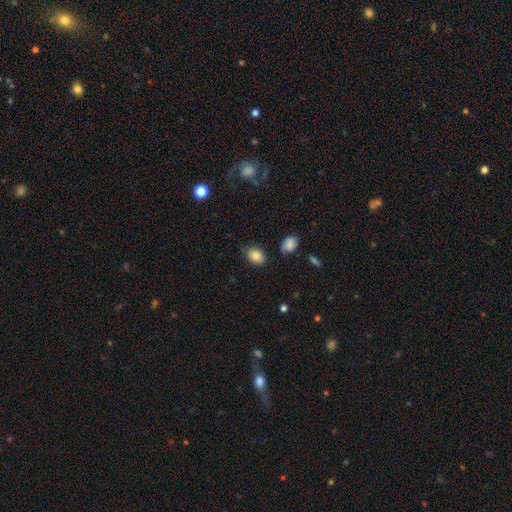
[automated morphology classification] Smooth or featured? Predicted: smooth (p=0.85). How rounded? Predicted: in between (p=0.65). Merging? Predicted: none (p=0.77).